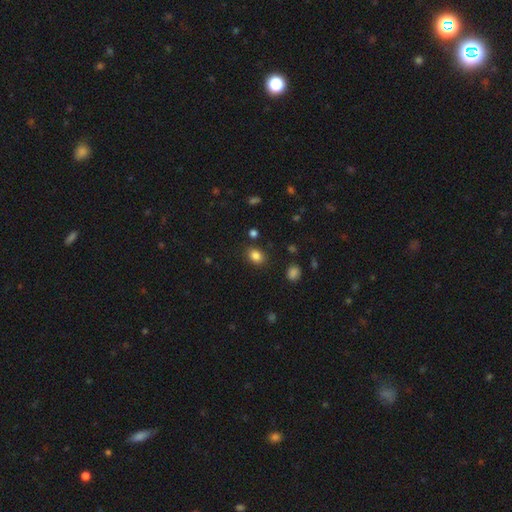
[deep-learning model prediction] smooth-or-featured: smooth: 84% | star or artifact: 11% | featured or disk: 5%
  how-rounded: in between: 62% | round: 37% | cigar-shaped: 1%
  merging: none: 84% | minor disturbance: 10% | major disturbance: 3% | merger: 3%